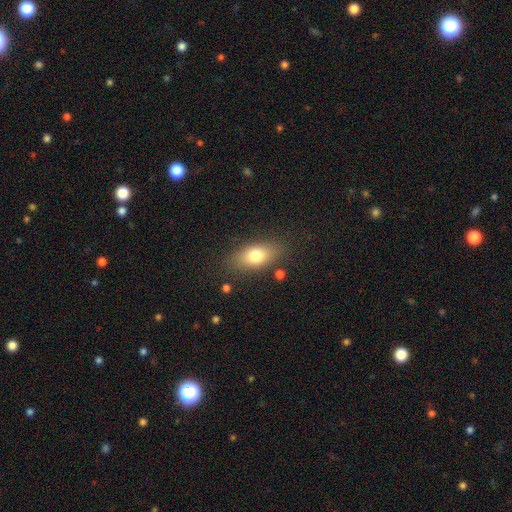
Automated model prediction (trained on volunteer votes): Smooth or featured: smooth — 75% (featured or disk — 17%)
How rounded: in between — 83% (cigar-shaped — 9%)
Merging: none — 80% (minor disturbance — 13%)